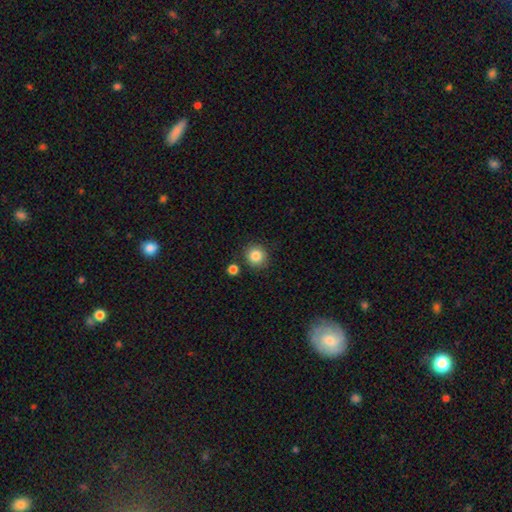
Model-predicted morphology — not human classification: smooth-or-featured: smooth: 85% | star or artifact: 10% | featured or disk: 5%
  how-rounded: round: 90% | in between: 9% | cigar-shaped: 1%
  merging: none: 83% | minor disturbance: 9% | merger: 5% | major disturbance: 3%